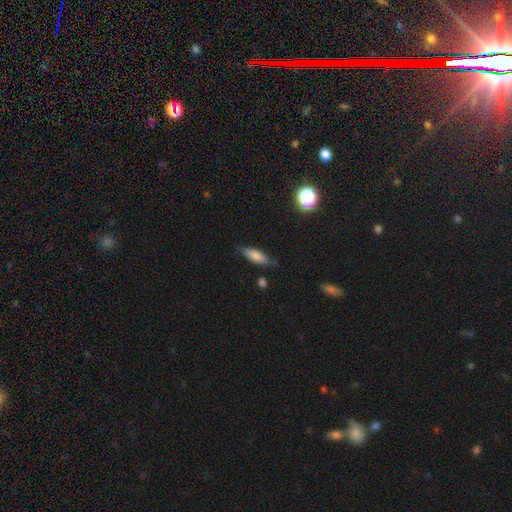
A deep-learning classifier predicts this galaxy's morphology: A smooth galaxy with no disk features (69%) that is in between round and cigar-shaped (57%).

Vote fractions:
- Smooth or featured? smooth: 69% / featured or disk: 24% / star or artifact: 8%
- How rounded? in between: 57% / cigar-shaped: 40% / round: 3%
- Merging? none: 74% / minor disturbance: 21% / major disturbance: 4% / merger: 2%